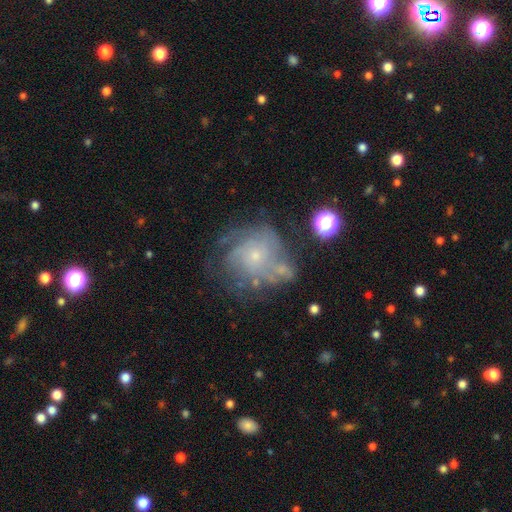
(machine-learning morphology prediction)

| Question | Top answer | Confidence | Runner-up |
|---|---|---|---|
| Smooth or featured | featured or disk | 72% | smooth (17%) |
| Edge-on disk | no | 98% | yes (2%) |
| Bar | no | 82% | weak (15%) |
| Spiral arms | yes | 83% | no (17%) |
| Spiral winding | tight | 56% | medium (31%) |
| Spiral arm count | can't tell | 46% | 3 (16%) |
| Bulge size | small | 76% | moderate (18%) |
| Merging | none | 52% | minor disturbance (22%) |